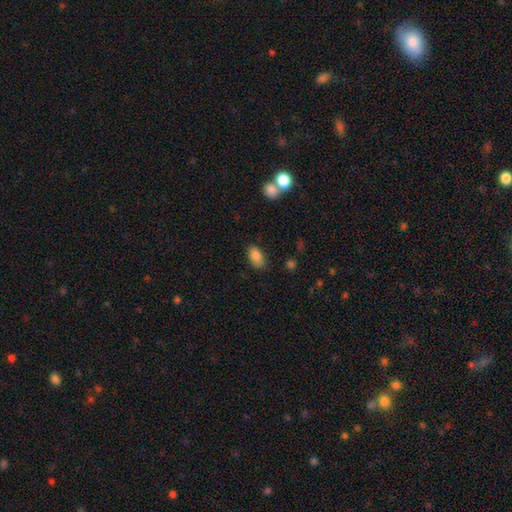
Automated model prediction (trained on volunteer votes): smooth-or-featured: smooth: 85% | star or artifact: 8% | featured or disk: 7%
  how-rounded: in between: 91% | round: 6% | cigar-shaped: 3%
  merging: none: 80% | minor disturbance: 14% | major disturbance: 3% | merger: 2%